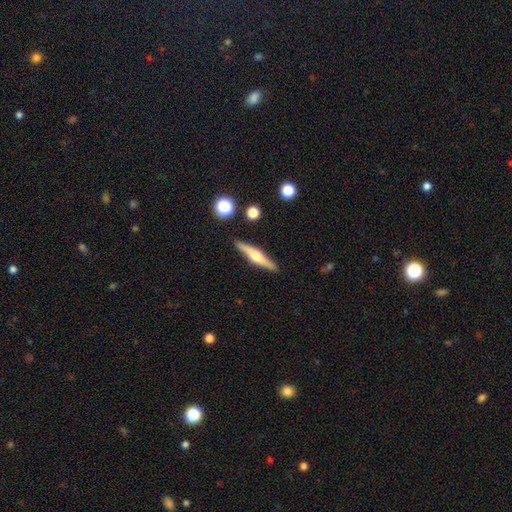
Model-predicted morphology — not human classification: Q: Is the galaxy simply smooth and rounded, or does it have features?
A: featured or disk — 61%.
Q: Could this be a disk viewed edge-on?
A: yes — 96%.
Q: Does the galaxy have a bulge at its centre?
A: rounded — 85%.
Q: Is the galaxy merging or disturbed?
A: none — 88%.